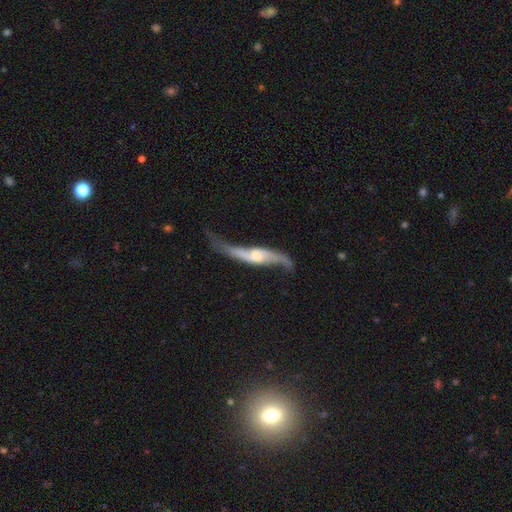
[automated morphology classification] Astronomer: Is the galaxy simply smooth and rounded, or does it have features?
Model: featured or disk — 82%.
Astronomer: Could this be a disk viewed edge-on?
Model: no — 68%.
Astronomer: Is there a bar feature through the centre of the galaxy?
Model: no — 51% (runner-up: weak, 35%).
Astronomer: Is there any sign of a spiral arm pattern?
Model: yes — 92%.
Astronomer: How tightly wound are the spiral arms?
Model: loose — 88%.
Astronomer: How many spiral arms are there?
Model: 2 — 91%.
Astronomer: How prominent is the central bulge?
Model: moderate — 56%.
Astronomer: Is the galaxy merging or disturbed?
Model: none — 54%.